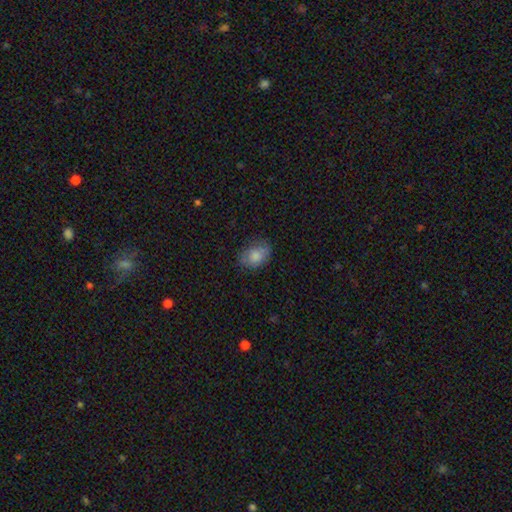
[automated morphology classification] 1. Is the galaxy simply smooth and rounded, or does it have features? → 80% smooth, 12% featured or disk, 8% star or artifact.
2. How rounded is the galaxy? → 76% in between, 23% round, 1% cigar-shaped.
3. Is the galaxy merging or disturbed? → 70% none, 22% minor disturbance, 7% major disturbance, 1% merger.